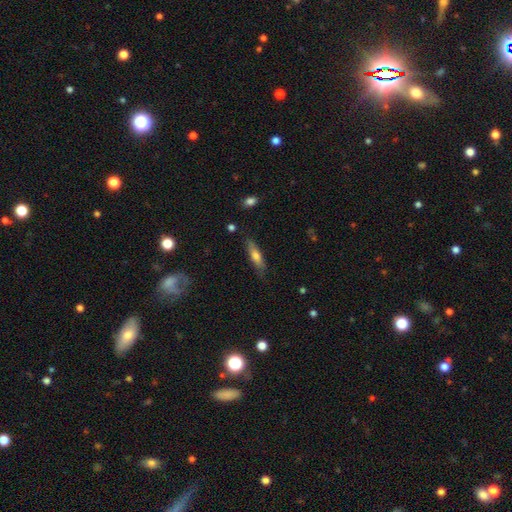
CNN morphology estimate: type=smooth (64%); roundness=cigar-shaped (70%); merging=none (79%).